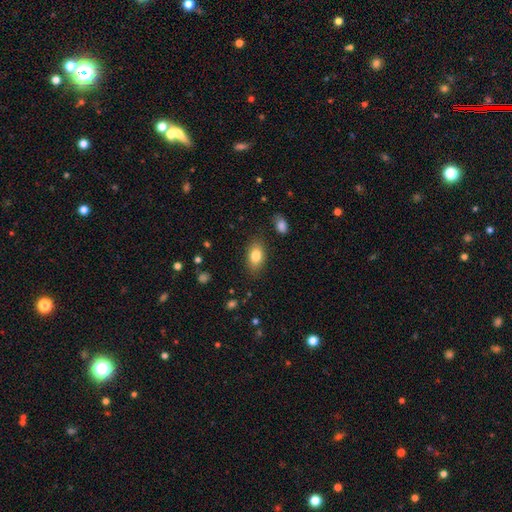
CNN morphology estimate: smooth_or_featured: smooth (p=0.82) [alt: featured or disk p=0.10]
how_rounded: in between (p=0.89) [alt: round p=0.08]
merging: none (p=0.83) [alt: minor disturbance p=0.12]